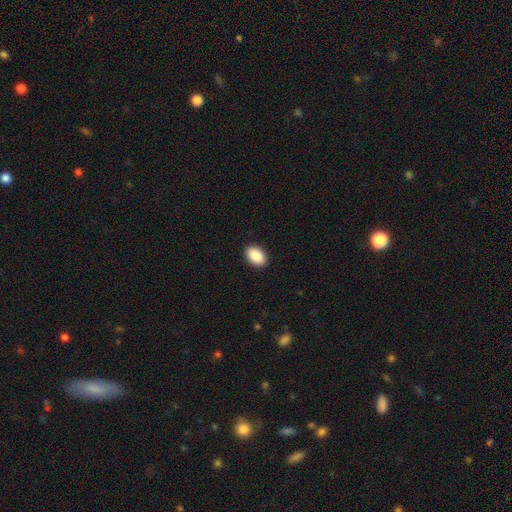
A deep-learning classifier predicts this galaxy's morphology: This appears to be a smooth galaxy with no disk features (89%) that is in between round and cigar-shaped (90%). Merging: none (91%).